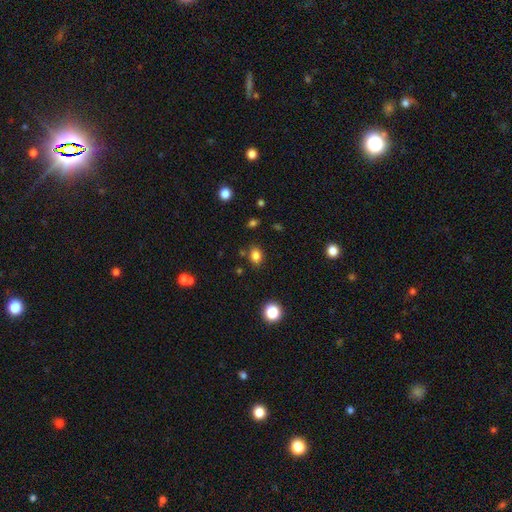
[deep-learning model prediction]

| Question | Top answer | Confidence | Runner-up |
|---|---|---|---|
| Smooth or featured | smooth | 82% | star or artifact (12%) |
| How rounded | in between | 57% | round (42%) |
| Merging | none | 82% | minor disturbance (11%) |